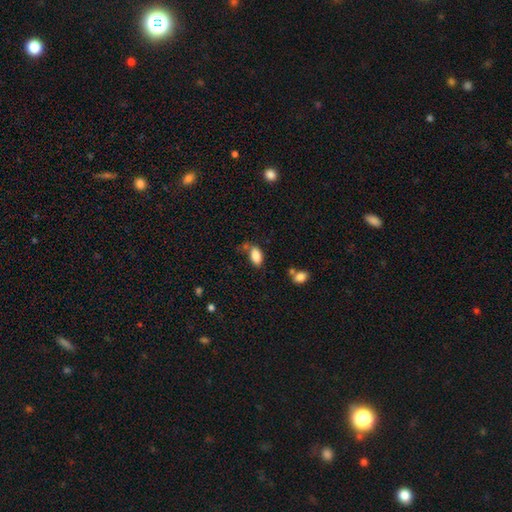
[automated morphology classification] smooth-or-featured: smooth: 84% | star or artifact: 8% | featured or disk: 8%
  how-rounded: in between: 93% | round: 4% | cigar-shaped: 3%
  merging: none: 63% | minor disturbance: 18% | merger: 13% | major disturbance: 6%